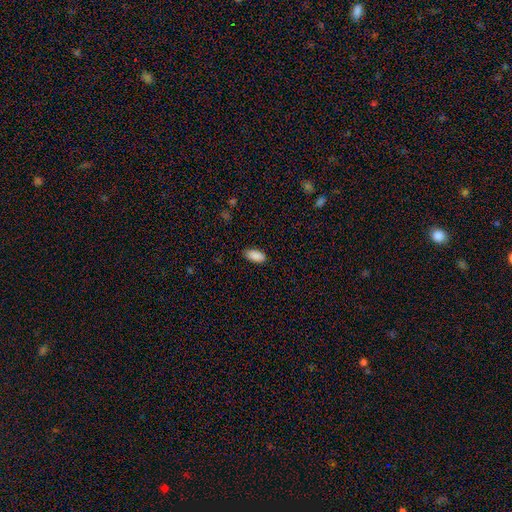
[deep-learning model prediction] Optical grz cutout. It shows a smooth galaxy with no disk features (90%) that is in between round and cigar-shaped (93%). Merging: none (84%).